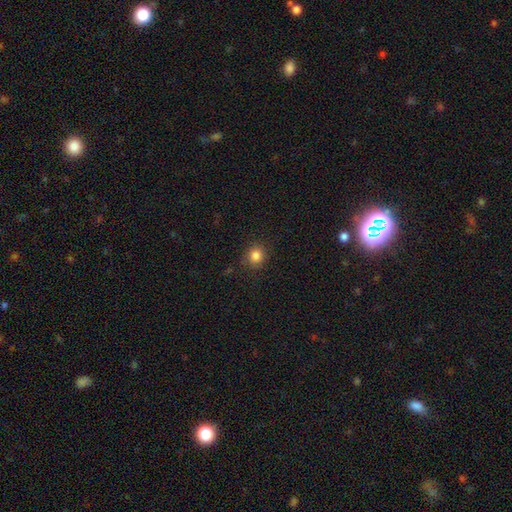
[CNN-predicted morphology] Smooth or featured? Predicted: smooth (p=0.84). How rounded? Predicted: round (p=0.87). Merging? Predicted: none (p=0.87).